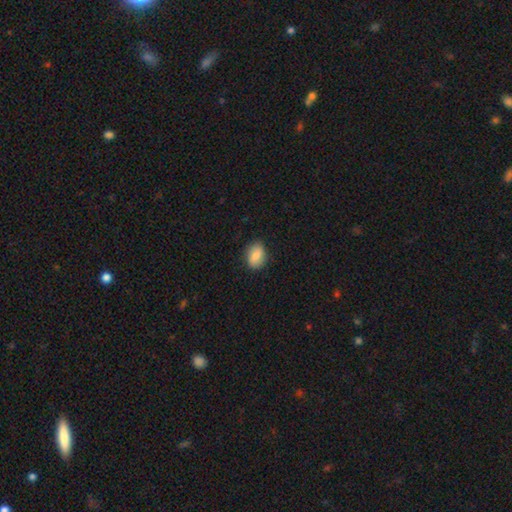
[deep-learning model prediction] Morphology: type=smooth (80%); roundness=in between (73%); merging=none (84%).